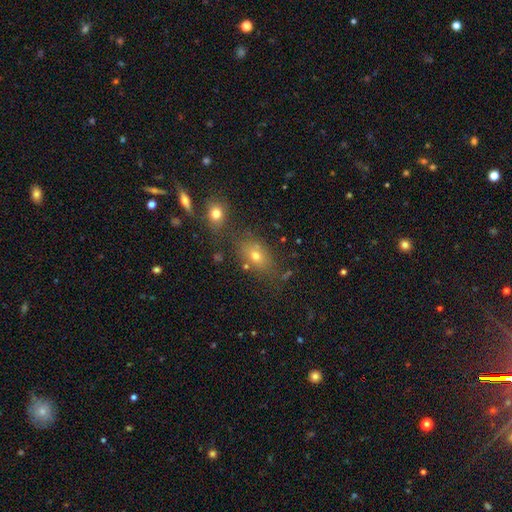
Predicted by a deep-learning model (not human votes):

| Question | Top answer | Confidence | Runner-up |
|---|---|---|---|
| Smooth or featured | smooth | 65% | star or artifact (19%) |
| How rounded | in between | 75% | round (22%) |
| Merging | none | 69% | minor disturbance (14%) |